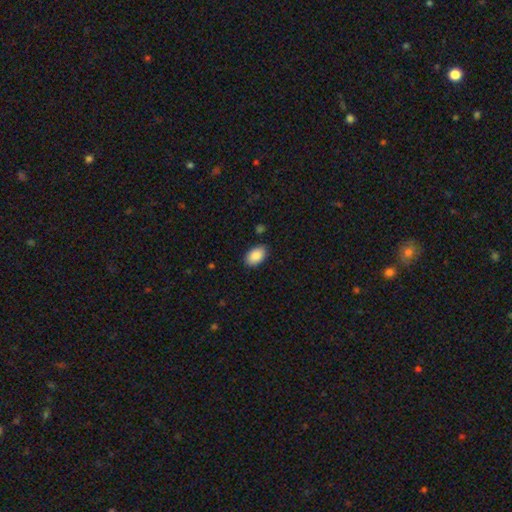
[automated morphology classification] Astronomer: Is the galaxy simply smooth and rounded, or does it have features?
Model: smooth — 89%.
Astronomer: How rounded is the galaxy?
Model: in between — 93%.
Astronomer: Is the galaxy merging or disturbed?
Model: none — 86%.